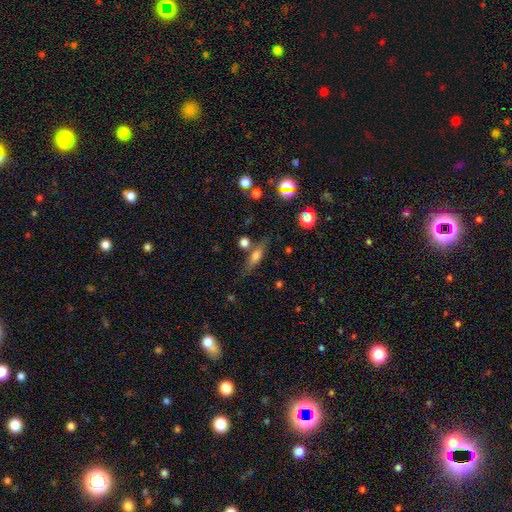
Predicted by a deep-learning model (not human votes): smooth 63%, featured or disk 27%, star or artifact 10%. Down the decision tree: how rounded — cigar-shaped (47%, tied with in between); merging — none (69%).